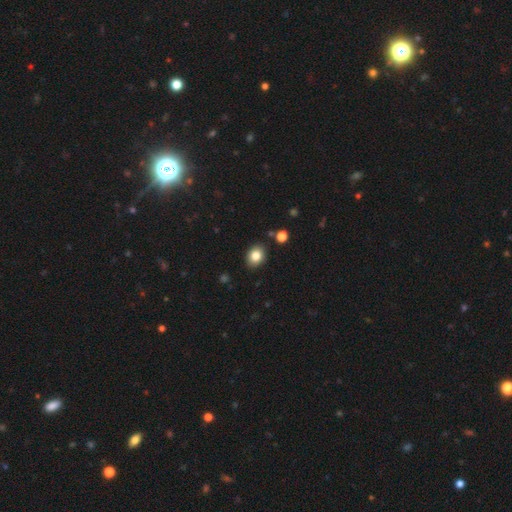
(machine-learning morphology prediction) Q: Smooth or featured?
A: smooth (82%); runner-up: star or artifact (10%)
Q: How rounded?
A: in between (51%); runner-up: round (48%)
Q: Merging?
A: none (86%); runner-up: minor disturbance (9%)